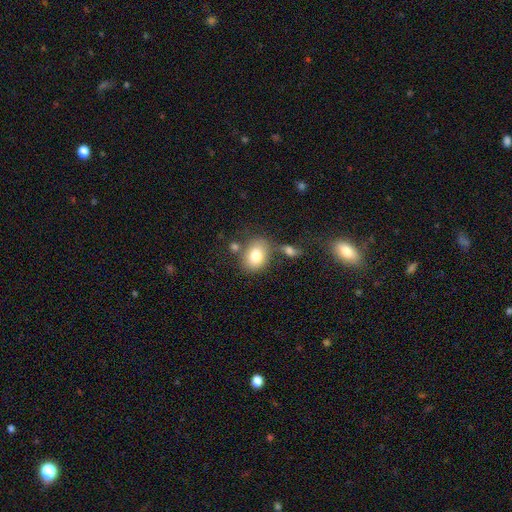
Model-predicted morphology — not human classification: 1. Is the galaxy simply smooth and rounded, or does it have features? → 80% smooth, 12% featured or disk, 8% star or artifact.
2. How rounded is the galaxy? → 64% in between, 35% round, 1% cigar-shaped.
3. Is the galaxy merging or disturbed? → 62% none, 16% merger, 15% minor disturbance, 6% major disturbance.